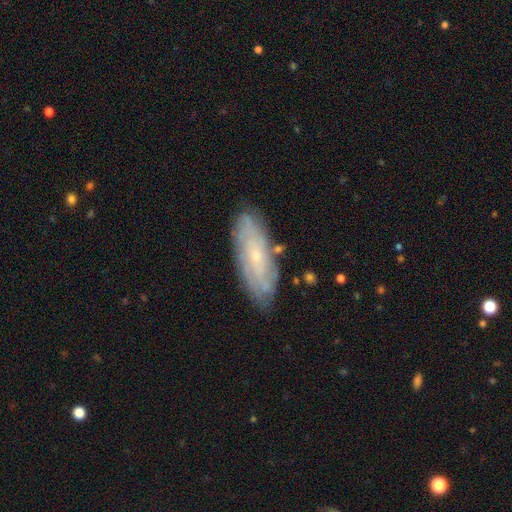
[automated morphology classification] Smooth or featured? featured or disk (62%)
Edge-on disk? no (81%)
Bar? no (75%)
Spiral arms? yes (79%)
Bulge size? small (79%)
Merging? none (82%)